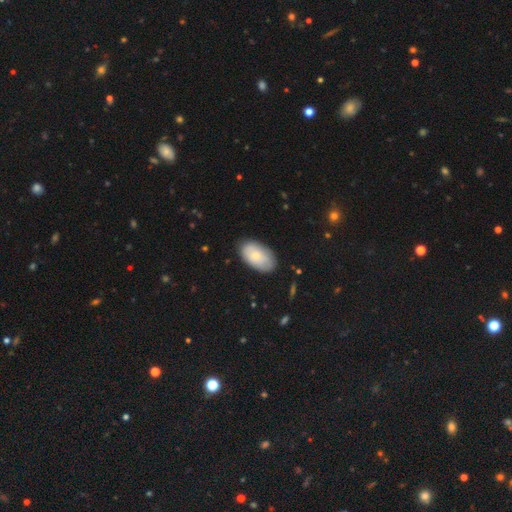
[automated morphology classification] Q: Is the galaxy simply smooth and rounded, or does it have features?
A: smooth — 75%.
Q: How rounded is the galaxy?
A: in between — 94%.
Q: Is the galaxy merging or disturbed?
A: none — 82%.